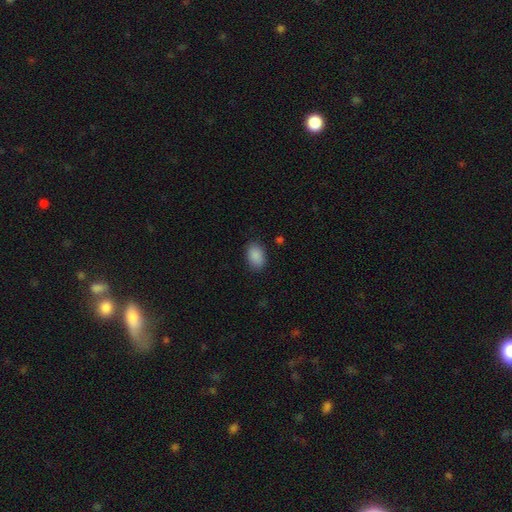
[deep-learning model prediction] Smooth or featured?
  - smooth: 89% *
  - star or artifact: 8%
  - featured or disk: 3%
How rounded?
  - in between: 86% *
  - round: 13%
  - cigar-shaped: 1%
Merging?
  - none: 85% *
  - minor disturbance: 11%
  - major disturbance: 3%
  - merger: 1%